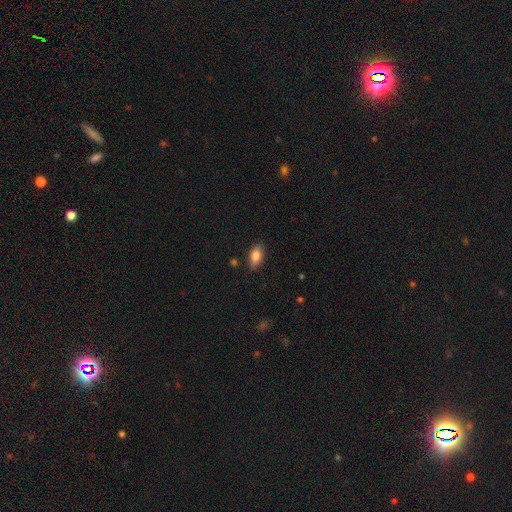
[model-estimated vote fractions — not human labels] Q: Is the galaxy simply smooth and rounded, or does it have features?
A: smooth — 82%.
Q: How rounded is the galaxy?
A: in between — 88%.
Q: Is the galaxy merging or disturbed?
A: none — 82%.